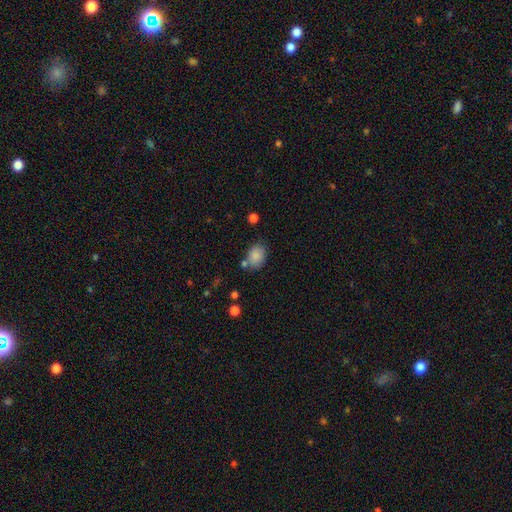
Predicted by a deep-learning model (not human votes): Smooth or featured? smooth (86%)
How rounded? in between (63%)
Merging? none (69%)